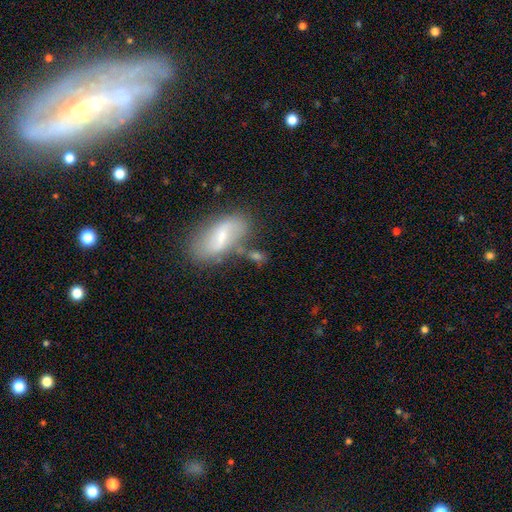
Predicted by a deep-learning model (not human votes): Smooth or featured?
  - smooth: 48% *
  - featured or disk: 41%
  - star or artifact: 11%
Merging?
  - none: 56% *
  - minor disturbance: 19%
  - merger: 16%
  - major disturbance: 9%